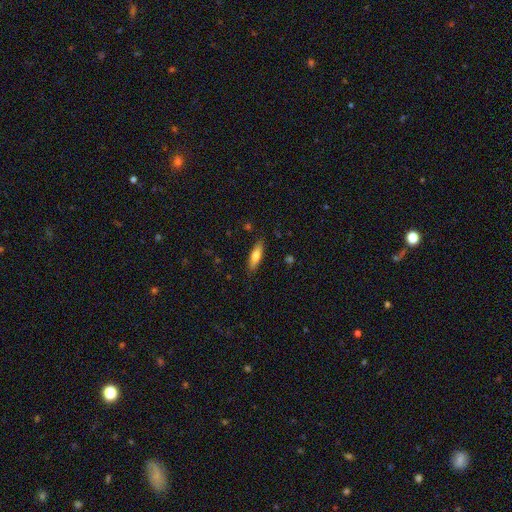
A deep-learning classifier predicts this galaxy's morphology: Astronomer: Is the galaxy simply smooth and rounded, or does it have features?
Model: smooth — 68%.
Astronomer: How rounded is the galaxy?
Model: cigar-shaped — 62%.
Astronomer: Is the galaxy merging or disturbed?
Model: none — 86%.